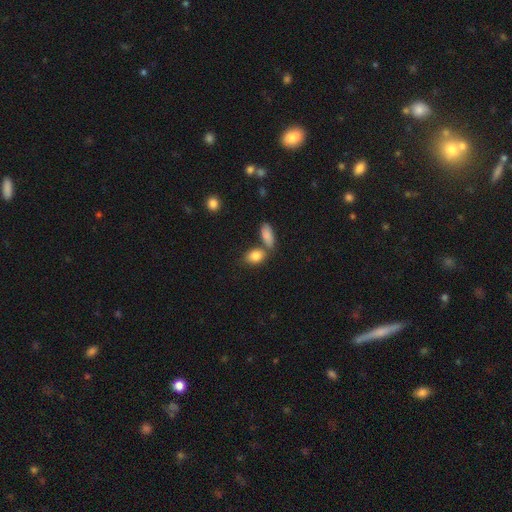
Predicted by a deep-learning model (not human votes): Overall: smooth (84%). How rounded: in between (80%). Merging: none (51%; merger 32%).